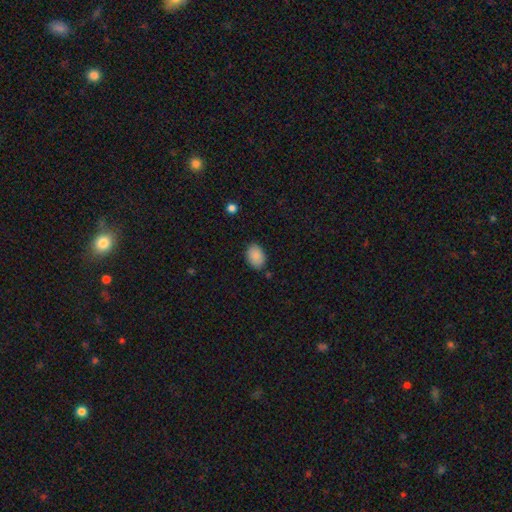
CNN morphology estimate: smooth_or_featured: smooth (p=0.88) [alt: star or artifact p=0.07]
how_rounded: in between (p=0.82) [alt: round p=0.17]
merging: none (p=0.82) [alt: minor disturbance p=0.13]